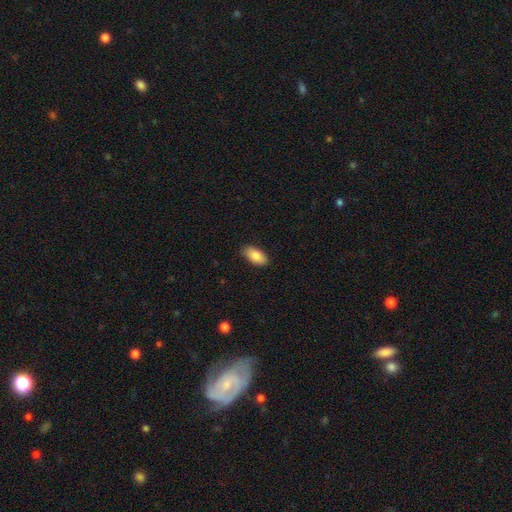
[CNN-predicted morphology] The model was most divided on "merging": none: 86%, minor disturbance: 11%, major disturbance: 2%, merger: 1%. More confident: how rounded — in between (92%); smooth or featured — smooth (87%).